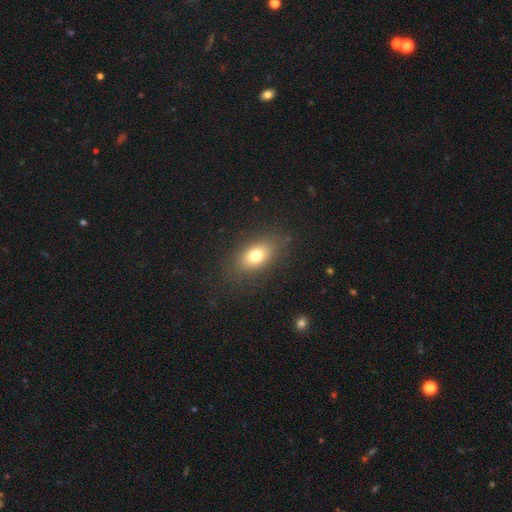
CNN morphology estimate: Smooth or featured? Predicted: smooth (p=0.75). How rounded? Predicted: in between (p=0.81). Merging? Predicted: none (p=0.84).